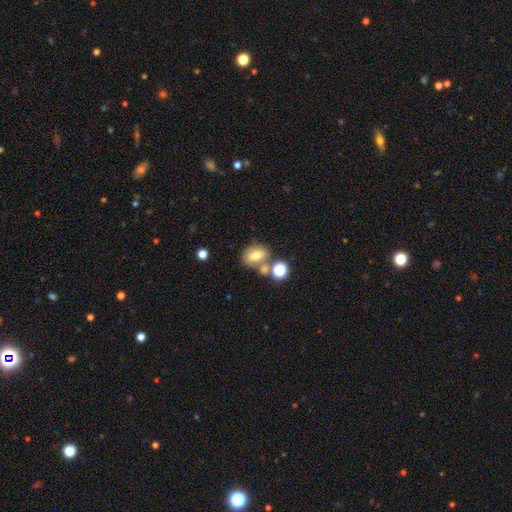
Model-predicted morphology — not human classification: Smooth or featured: smooth — 69% (featured or disk — 18%)
How rounded: in between — 62% (round — 36%)
Merging: none — 55% (merger — 26%)